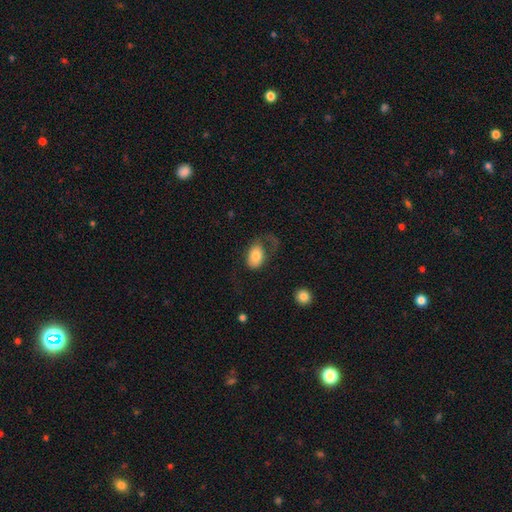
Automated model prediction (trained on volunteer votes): smooth 76%, featured or disk 17%, star or artifact 7%. Down the decision tree: how rounded — in between (87%); merging — major disturbance (46%).